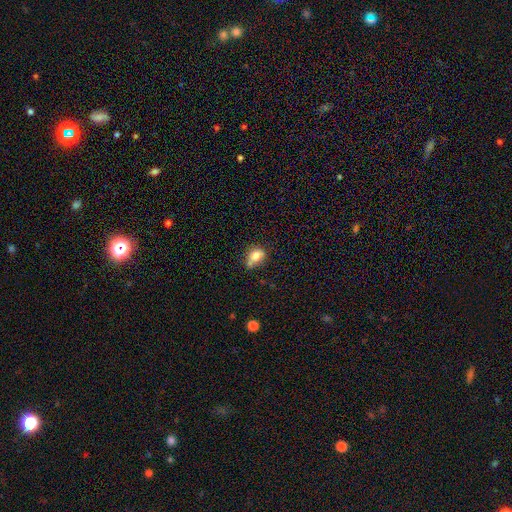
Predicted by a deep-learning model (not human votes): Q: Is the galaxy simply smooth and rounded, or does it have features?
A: smooth — 74%.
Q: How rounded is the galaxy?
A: in between — 56%.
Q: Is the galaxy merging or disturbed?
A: none — 45%.